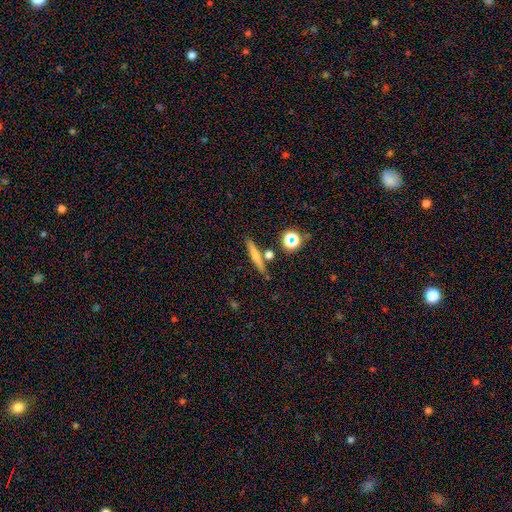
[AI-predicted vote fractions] Smooth or featured? Predicted: smooth (p=0.54). How rounded? Predicted: cigar-shaped (p=0.85). Merging? Predicted: none (p=0.78).